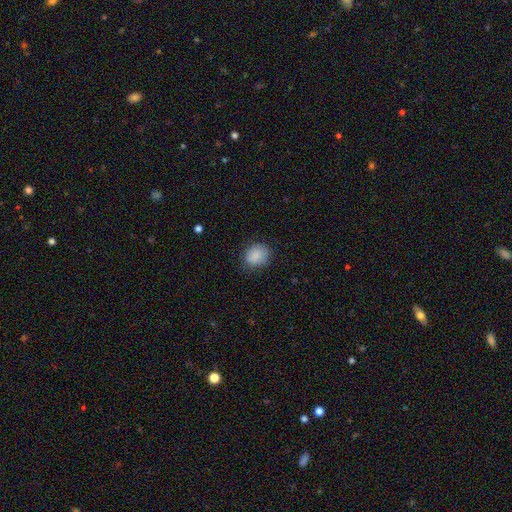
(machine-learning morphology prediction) Q: Smooth or featured?
A: smooth (87%); runner-up: star or artifact (8%)
Q: How rounded?
A: round (56%); runner-up: in between (43%)
Q: Merging?
A: none (79%); runner-up: minor disturbance (16%)